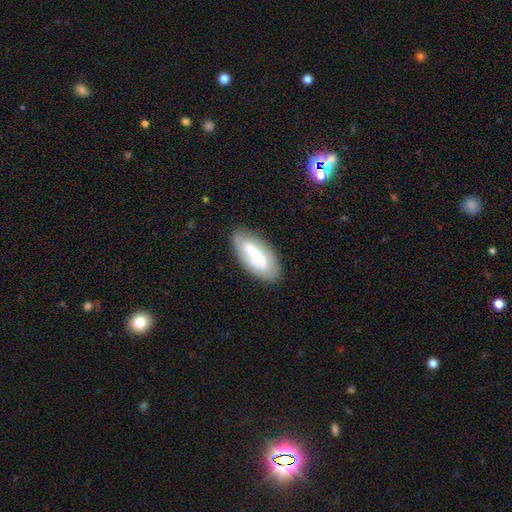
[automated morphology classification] smooth_or_featured: featured or disk (p=0.55) [alt: smooth p=0.38]
disk_edge_on: no (p=0.90) [alt: yes p=0.10]
merging: none (p=0.80) [alt: minor disturbance p=0.14]